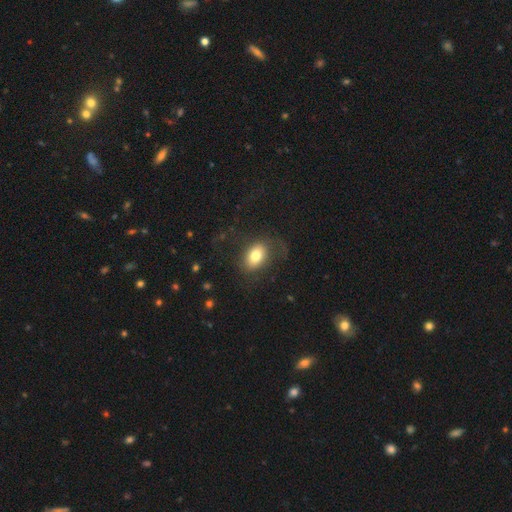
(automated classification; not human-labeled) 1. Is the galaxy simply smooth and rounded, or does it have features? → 74% smooth, 18% featured or disk, 8% star or artifact.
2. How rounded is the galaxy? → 83% in between, 16% round, 1% cigar-shaped.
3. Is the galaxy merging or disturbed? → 67% none, 16% minor disturbance, 16% major disturbance, 2% merger.